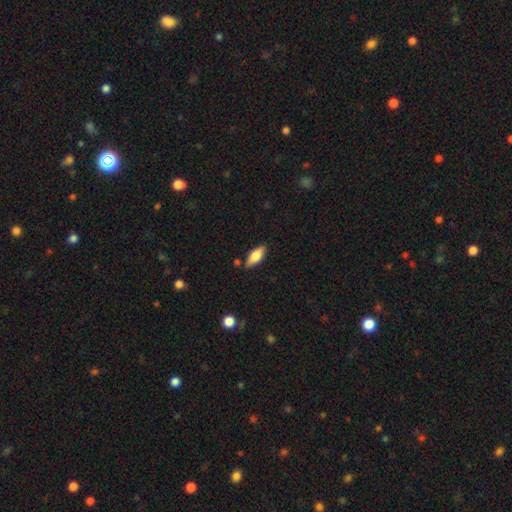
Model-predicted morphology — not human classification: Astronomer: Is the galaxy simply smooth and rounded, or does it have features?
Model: smooth — 69%.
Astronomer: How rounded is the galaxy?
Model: in between — 80%.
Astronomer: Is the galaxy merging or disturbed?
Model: none — 80%.